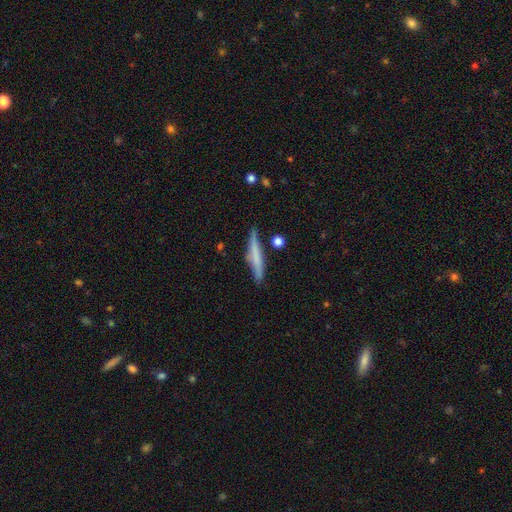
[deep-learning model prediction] Smooth or featured?
  - smooth: 57% *
  - featured or disk: 37%
  - star or artifact: 7%
How rounded?
  - cigar-shaped: 92% *
  - in between: 6%
  - round: 2%
Merging?
  - none: 79% *
  - minor disturbance: 14%
  - merger: 4%
  - major disturbance: 3%